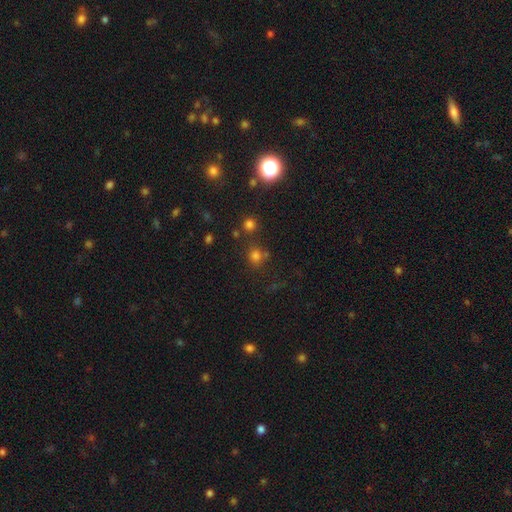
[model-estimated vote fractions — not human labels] A smooth galaxy with no disk features (71%) that is round (81%).

Vote fractions:
- Smooth or featured? smooth: 71% / star or artifact: 22% / featured or disk: 7%
- How rounded? round: 81% / in between: 18% / cigar-shaped: 1%
- Merging? none: 67% / merger: 16% / minor disturbance: 11% / major disturbance: 5%